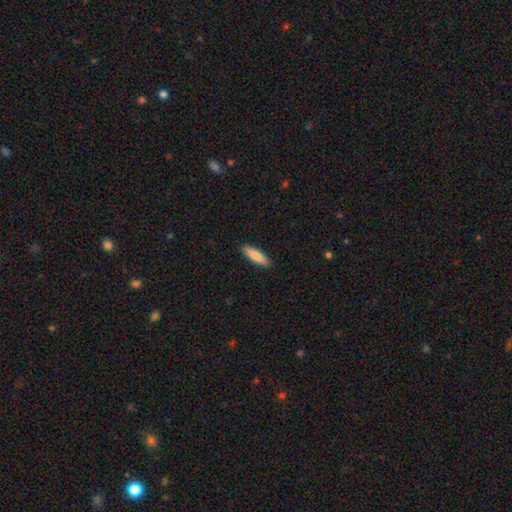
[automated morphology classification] smooth_or_featured: smooth (p=0.82) [alt: featured or disk p=0.12]
how_rounded: cigar-shaped (p=0.66) [alt: in between p=0.33]
merging: none (p=0.90) [alt: minor disturbance p=0.07]